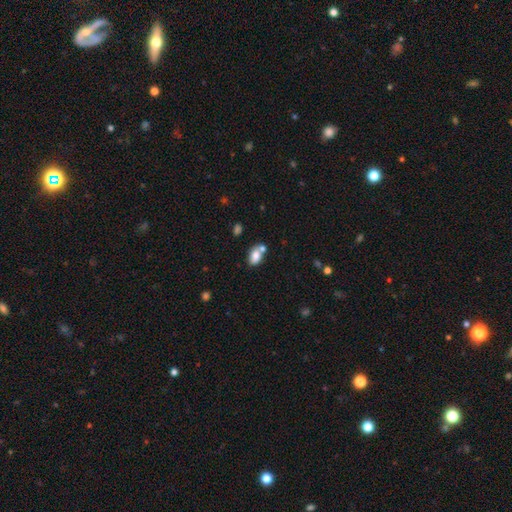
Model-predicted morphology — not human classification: smooth 80%, featured or disk 11%, star or artifact 9%. Down the decision tree: how rounded — in between (86%); merging — none (49%).